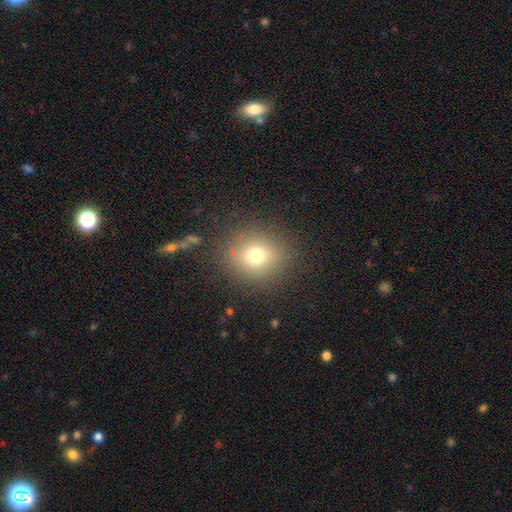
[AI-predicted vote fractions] A smooth galaxy with no disk features (73%) that is round (78%). Merging: none (85%).